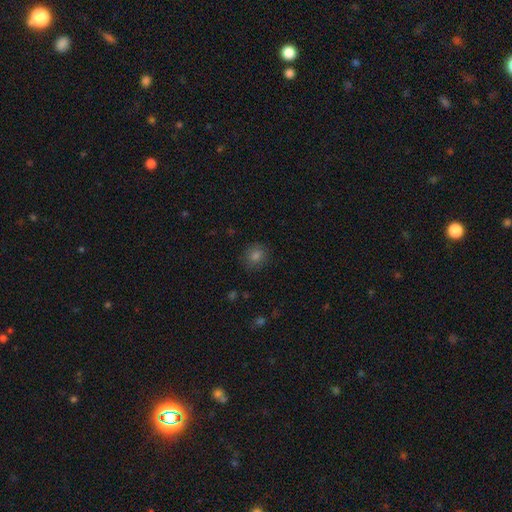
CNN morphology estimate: smooth_or_featured: smooth (p=0.78) [alt: star or artifact p=0.16]
how_rounded: round (p=0.81) [alt: in between p=0.18]
merging: none (p=0.88) [alt: minor disturbance p=0.09]